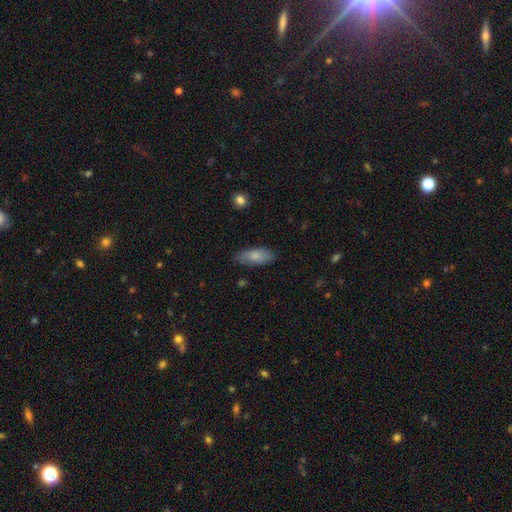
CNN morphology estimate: smooth_or_featured: smooth (p=0.78) [alt: featured or disk p=0.16]
how_rounded: in between (p=0.83) [alt: cigar-shaped p=0.15]
merging: none (p=0.79) [alt: minor disturbance p=0.17]